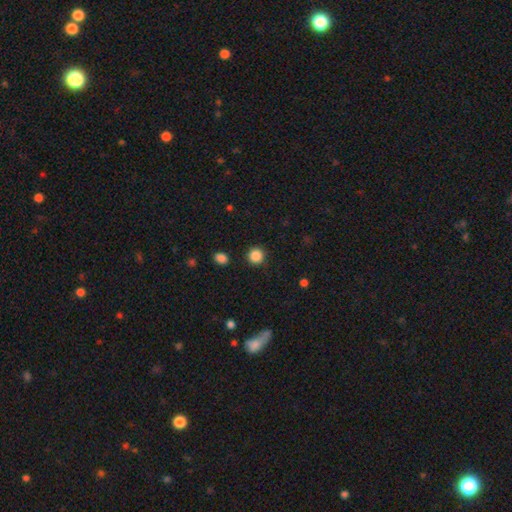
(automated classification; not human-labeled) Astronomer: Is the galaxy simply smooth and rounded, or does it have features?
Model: smooth — 87%.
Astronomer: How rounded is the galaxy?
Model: round — 93%.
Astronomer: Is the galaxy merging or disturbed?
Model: none — 90%.